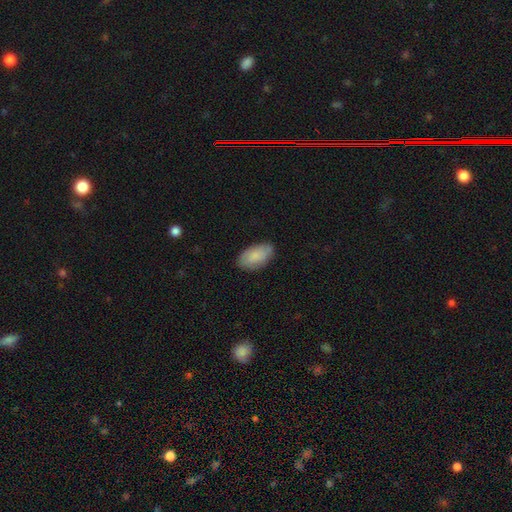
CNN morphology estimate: Smooth or featured? Predicted: smooth (p=0.80). How rounded? Predicted: in between (p=0.95). Merging? Predicted: none (p=0.80).